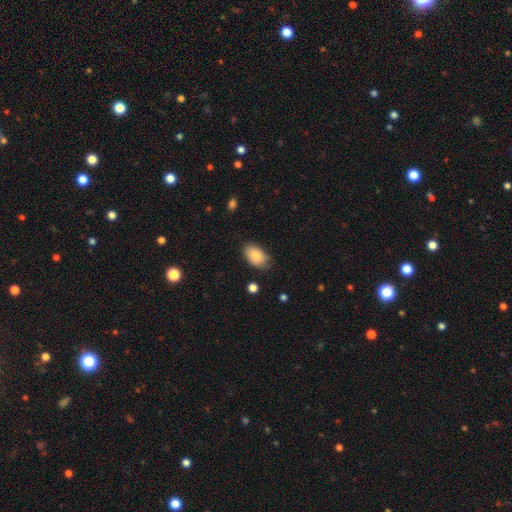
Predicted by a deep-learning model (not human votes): Morphology: type=smooth (87%); roundness=in between (91%); merging=none (77%).